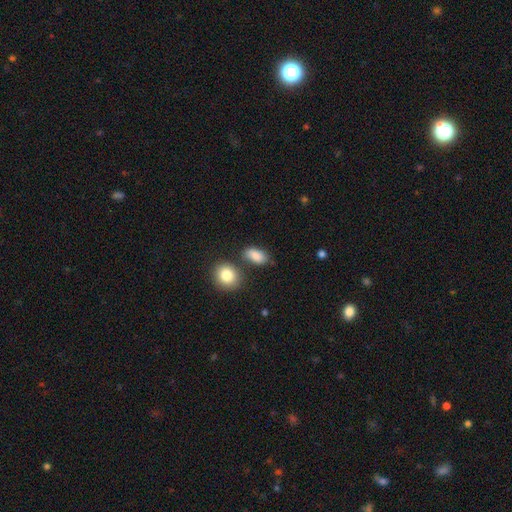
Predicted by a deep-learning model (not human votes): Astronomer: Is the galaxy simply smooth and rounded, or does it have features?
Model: smooth — 86%.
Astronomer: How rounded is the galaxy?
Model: in between — 87%.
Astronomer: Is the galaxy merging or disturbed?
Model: none — 67%.